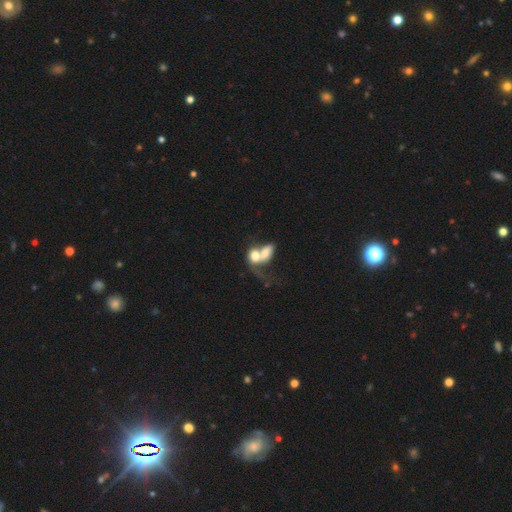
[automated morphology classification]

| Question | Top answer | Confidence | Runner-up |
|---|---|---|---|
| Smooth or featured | smooth | 60% | featured or disk (32%) |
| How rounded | in between | 63% | round (33%) |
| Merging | merger | 75% | major disturbance (11%) |